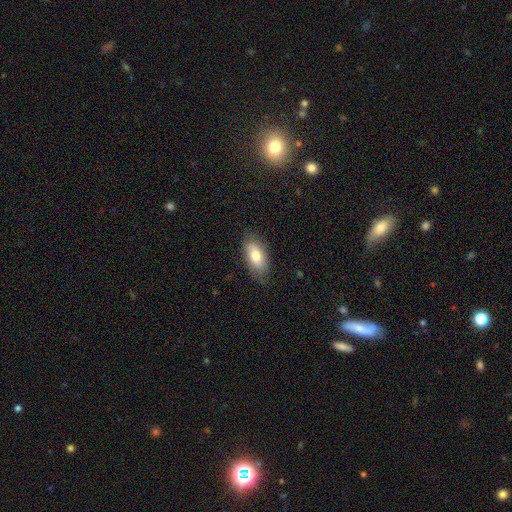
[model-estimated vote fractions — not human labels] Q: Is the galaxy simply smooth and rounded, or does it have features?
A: smooth — 74%.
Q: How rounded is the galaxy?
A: in between — 90%.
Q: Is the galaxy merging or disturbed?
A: none — 77%.